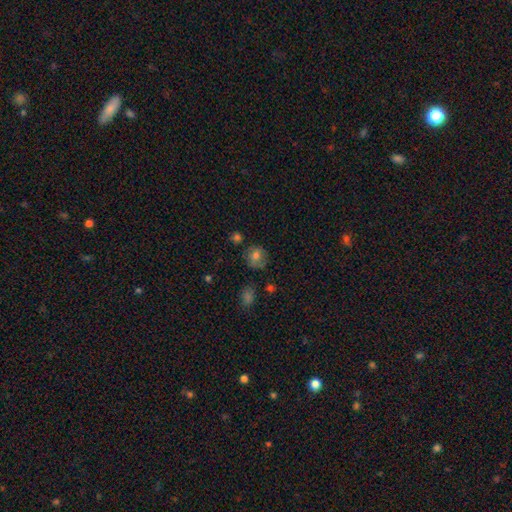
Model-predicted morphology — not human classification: Q: Smooth or featured?
A: smooth (71%); runner-up: featured or disk (18%)
Q: How rounded?
A: round (78%); runner-up: in between (21%)
Q: Merging?
A: none (68%); runner-up: minor disturbance (21%)